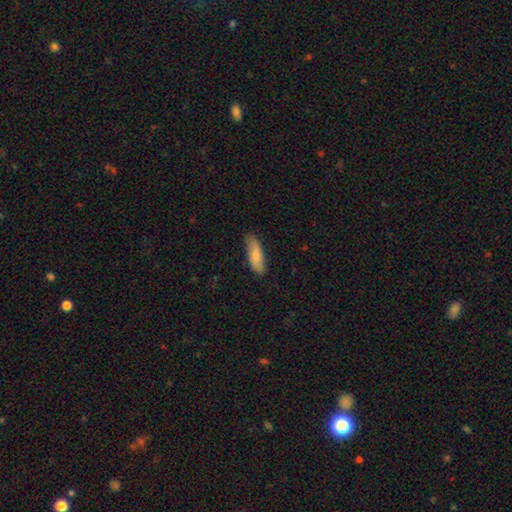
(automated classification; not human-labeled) smooth 77%, featured or disk 17%, star or artifact 6%. Down the decision tree: how rounded — in between (61%); merging — none (79%).